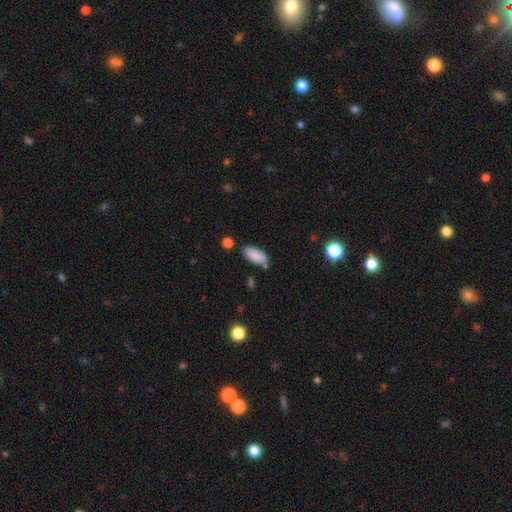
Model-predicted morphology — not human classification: type=smooth (88%); roundness=in between (90%); merging=none (77%).